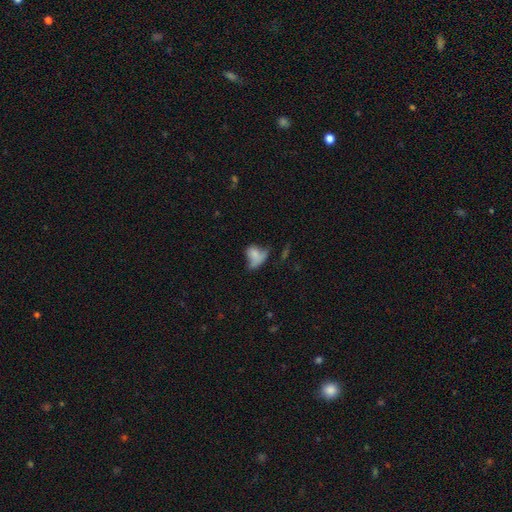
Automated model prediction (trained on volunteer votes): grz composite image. It shows a smooth galaxy with no disk features (65%) that is in between round and cigar-shaped (72%). Merging: major disturbance (30%).